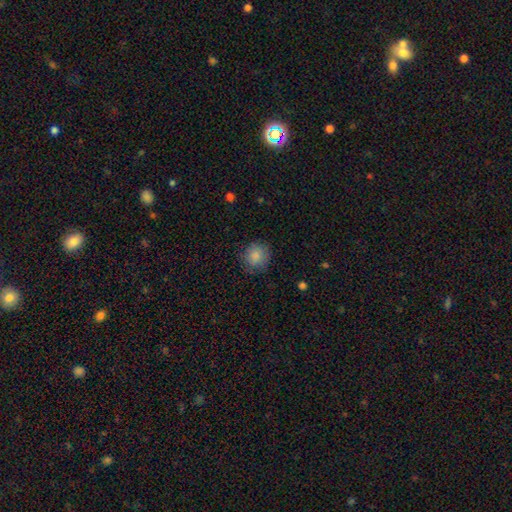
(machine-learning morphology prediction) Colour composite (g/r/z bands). It shows a smooth galaxy with no disk features (86%) that is round (86%). Merging: none (80%).